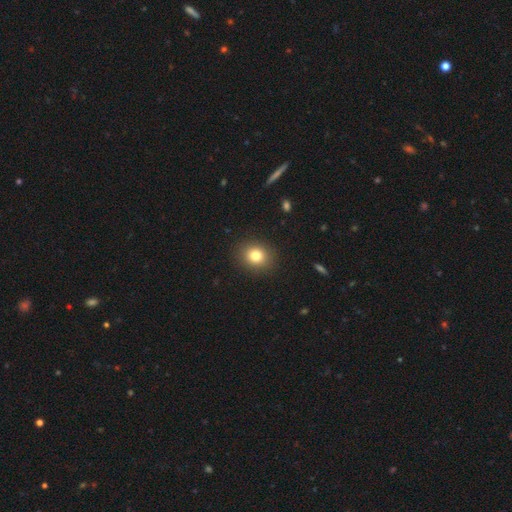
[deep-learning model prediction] A smooth galaxy with no disk features (80%) that is round (71%).

Vote fractions:
- Smooth or featured? smooth: 80% / star or artifact: 12% / featured or disk: 8%
- How rounded? round: 71% / in between: 28% / cigar-shaped: 1%
- Merging? none: 90% / minor disturbance: 7% / major disturbance: 2% / merger: 1%